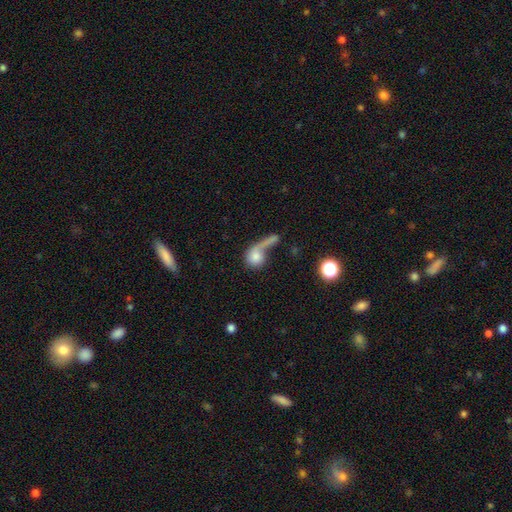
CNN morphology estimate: smooth 65%, featured or disk 25%, star or artifact 10%. Down the decision tree: how rounded — round (70%); merging — merger (34%).